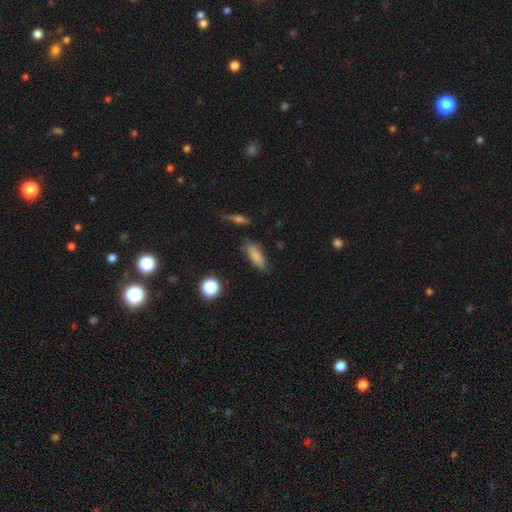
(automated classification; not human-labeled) A smooth galaxy with no disk features (82%) that is in between round and cigar-shaped (68%). Merging: none (73%).